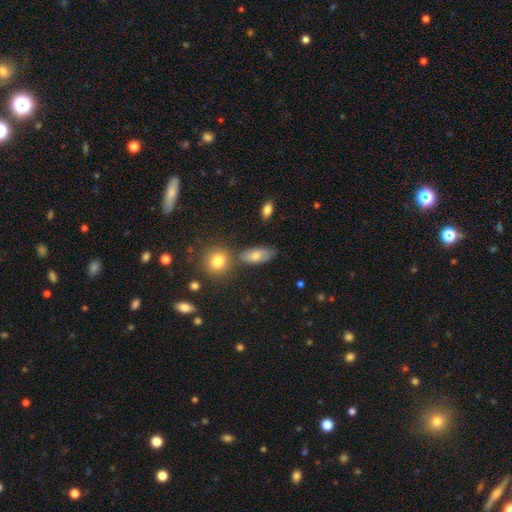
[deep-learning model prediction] This is likely a smooth galaxy (70%). How rounded: clearly in between (85%). Merging: likely none (68%).